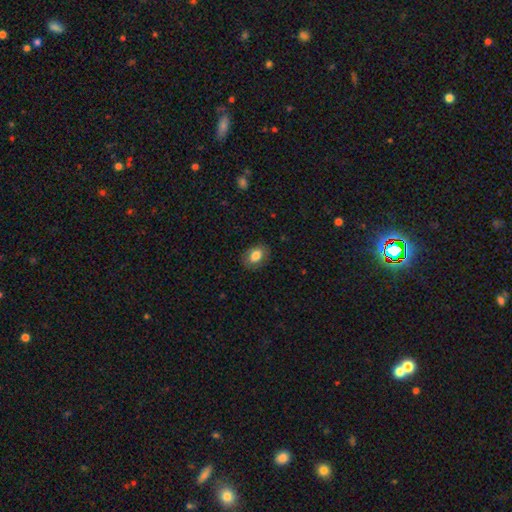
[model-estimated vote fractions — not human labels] This appears to be a smooth galaxy with no disk features (81%) that is in between round and cigar-shaped (80%). Merging: none (84%).